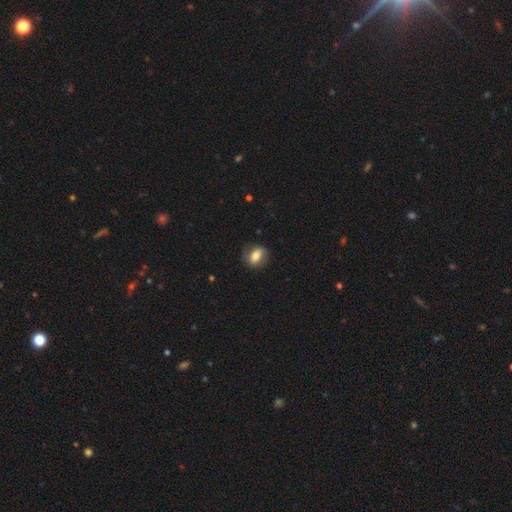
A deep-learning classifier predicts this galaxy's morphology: Smooth or featured? Predicted: smooth (p=0.68). How rounded? Predicted: in between (p=0.67). Merging? Predicted: none (p=0.78).